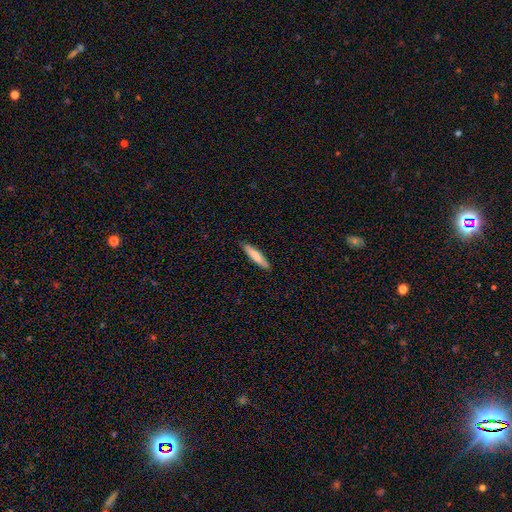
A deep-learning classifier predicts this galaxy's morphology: The model was most divided on "smooth or featured": smooth: 74%, featured or disk: 21%, star or artifact: 5%. More confident: merging — none (89%); how rounded — cigar-shaped (84%).